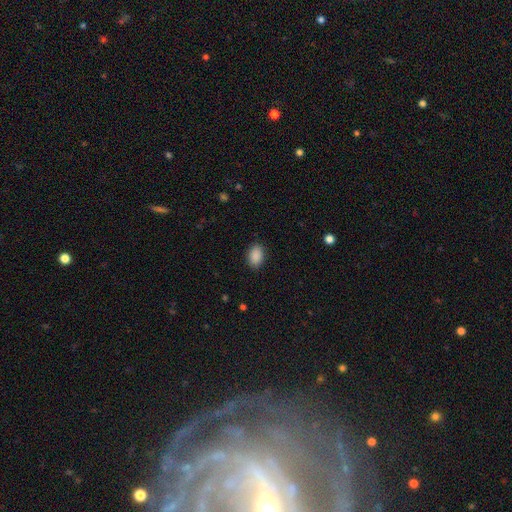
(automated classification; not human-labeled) smooth 90%, star or artifact 8%, featured or disk 3%. Down the decision tree: how rounded — in between (86%); merging — none (88%).